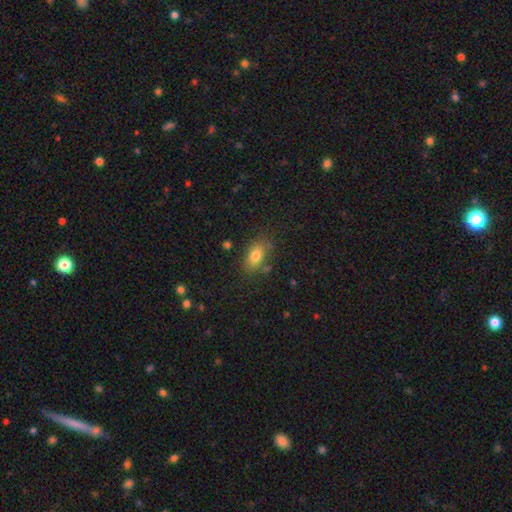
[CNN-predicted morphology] A smooth galaxy with no disk features (79%) that is in between round and cigar-shaped (86%).

Vote fractions:
- Smooth or featured? smooth: 79% / featured or disk: 11% / star or artifact: 10%
- How rounded? in between: 86% / round: 10% / cigar-shaped: 4%
- Merging? none: 75% / minor disturbance: 16% / merger: 5% / major disturbance: 5%